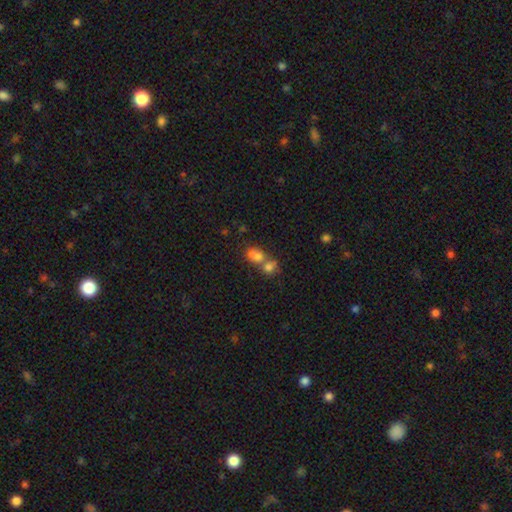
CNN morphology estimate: type=smooth (68%); roundness=round (60%); merging=merger (66%).